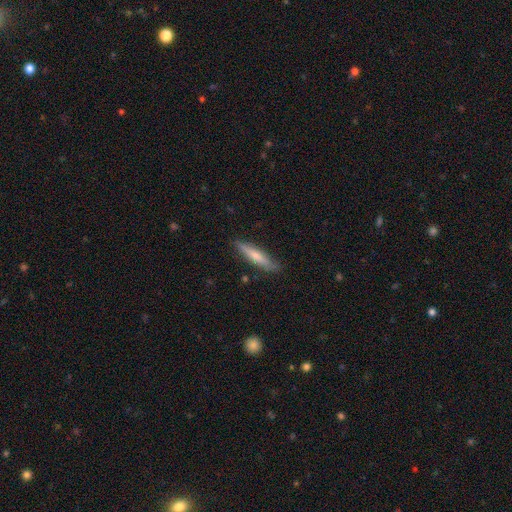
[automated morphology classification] The model was most divided on "smooth or featured": smooth: 65%, featured or disk: 30%, star or artifact: 6%. More confident: how rounded — cigar-shaped (86%); merging — none (84%).